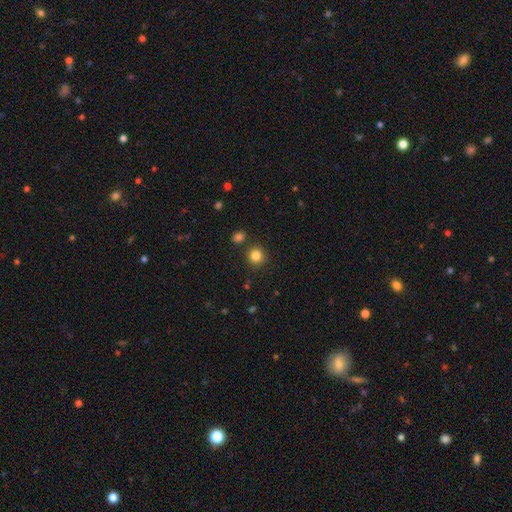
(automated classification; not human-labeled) Smooth or featured? smooth (83%)
How rounded? round (92%)
Merging? none (87%)